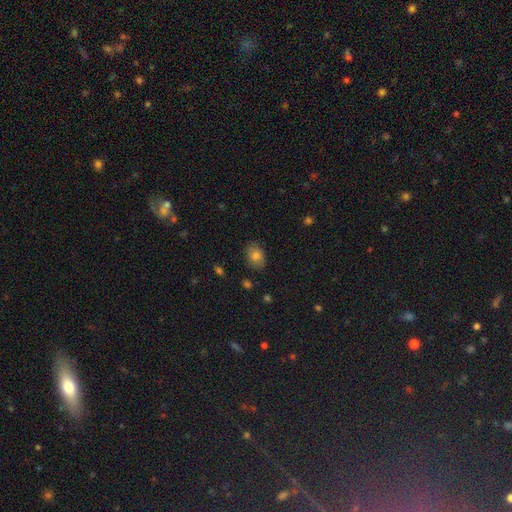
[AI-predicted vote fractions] Smooth or featured? Predicted: smooth (p=0.80). How rounded? Predicted: in between (p=0.70). Merging? Predicted: none (p=0.82).